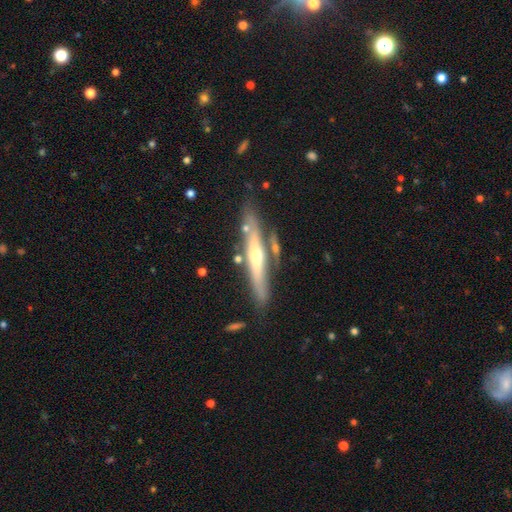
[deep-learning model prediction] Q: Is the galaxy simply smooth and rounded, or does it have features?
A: featured or disk — 69%.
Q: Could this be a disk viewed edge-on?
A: yes — 86%.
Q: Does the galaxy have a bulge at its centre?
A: rounded — 78%.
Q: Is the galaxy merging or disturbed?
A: none — 70%.